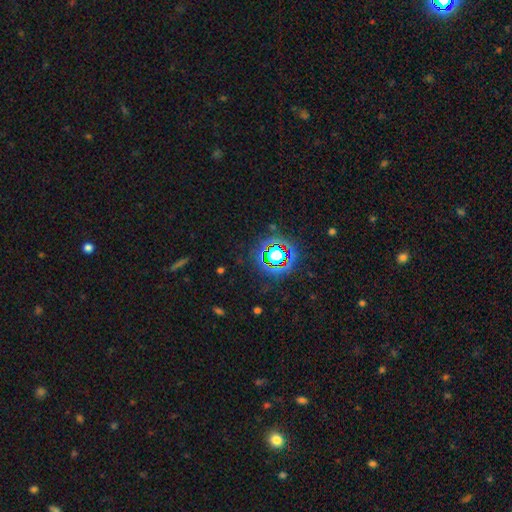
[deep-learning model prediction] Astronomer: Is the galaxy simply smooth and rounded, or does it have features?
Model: star or artifact — 76%.